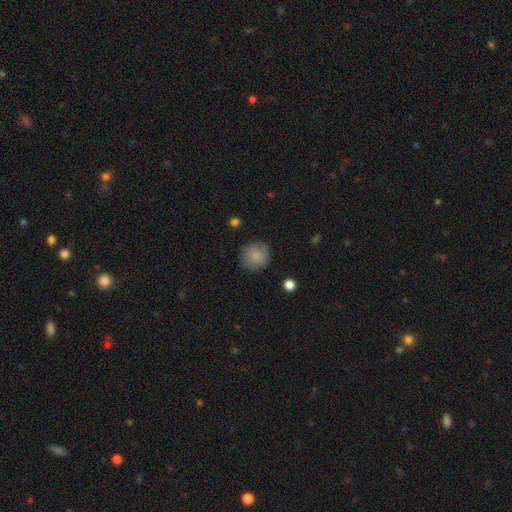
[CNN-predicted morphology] A smooth galaxy with no disk features (86%) that is round (91%). Merging: none (82%).